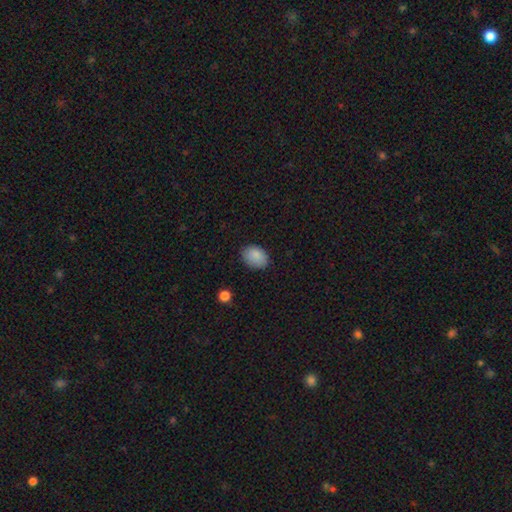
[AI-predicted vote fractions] Morphology: type=smooth (87%); roundness=in between (77%); merging=none (83%).